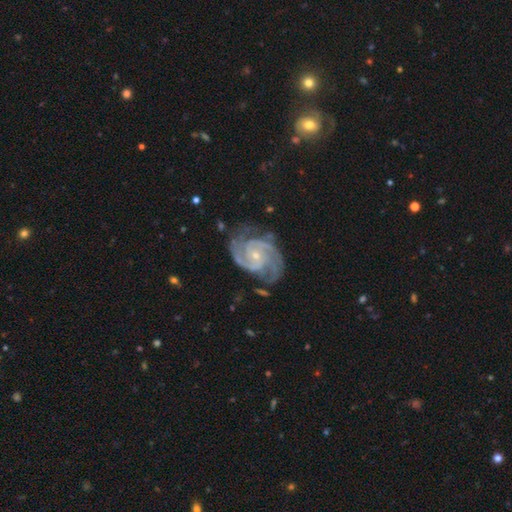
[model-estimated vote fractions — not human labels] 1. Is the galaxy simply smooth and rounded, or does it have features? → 93% featured or disk, 4% star or artifact, 3% smooth.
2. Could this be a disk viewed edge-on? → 98% no, 2% yes.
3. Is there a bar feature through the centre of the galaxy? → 61% no, 30% weak, 9% strong.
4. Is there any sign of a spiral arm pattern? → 99% yes, 1% no.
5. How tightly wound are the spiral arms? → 54% tight, 41% medium, 5% loose.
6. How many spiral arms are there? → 50% 2, 28% 3, 7% can't tell, 6% 4, 4% more than 4, 4% 1.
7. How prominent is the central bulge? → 76% small, 20% moderate, 2% none, 1% large, 1% dominant.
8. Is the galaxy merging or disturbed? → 69% none, 21% minor disturbance, 8% major disturbance, 2% merger.